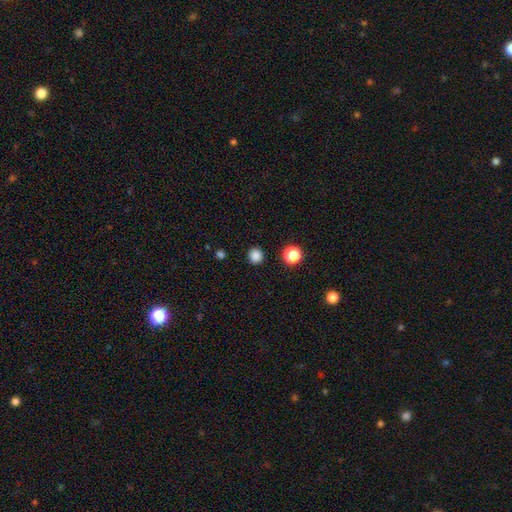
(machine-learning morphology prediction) type=smooth (84%); roundness=round (93%); merging=none (91%).